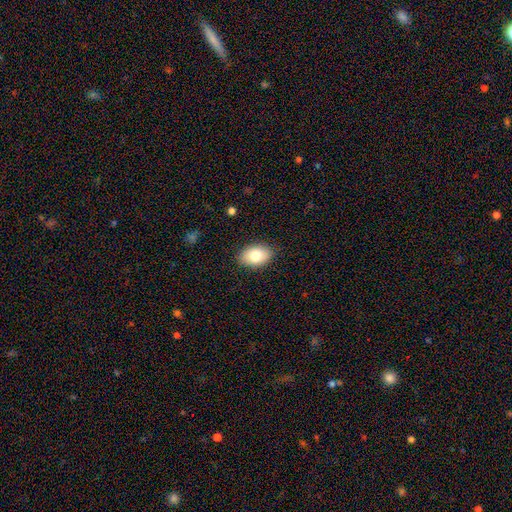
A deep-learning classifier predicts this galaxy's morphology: Smooth or featured? smooth (80%)
How rounded? in between (88%)
Merging? none (86%)